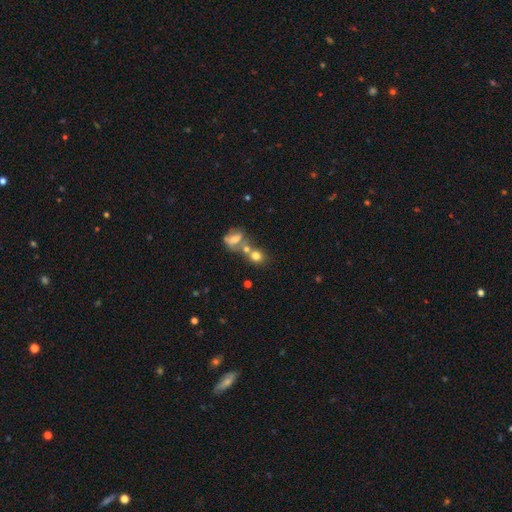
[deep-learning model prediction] A smooth galaxy with no disk features (72%) that is round (72%).

Vote fractions:
- Smooth or featured? smooth: 72% / featured or disk: 15% / star or artifact: 13%
- How rounded? round: 72% / in between: 27% / cigar-shaped: 2%
- Merging? merger: 46% / none: 40% / minor disturbance: 9% / major disturbance: 5%